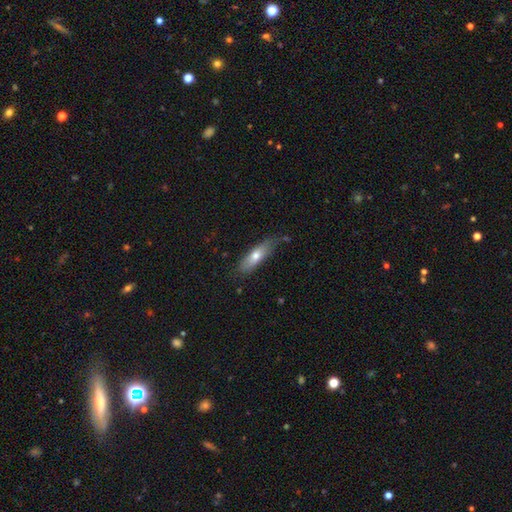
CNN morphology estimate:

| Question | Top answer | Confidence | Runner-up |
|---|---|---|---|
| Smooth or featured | smooth | 65% | featured or disk (28%) |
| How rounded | cigar-shaped | 54% | in between (44%) |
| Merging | none | 70% | minor disturbance (23%) |